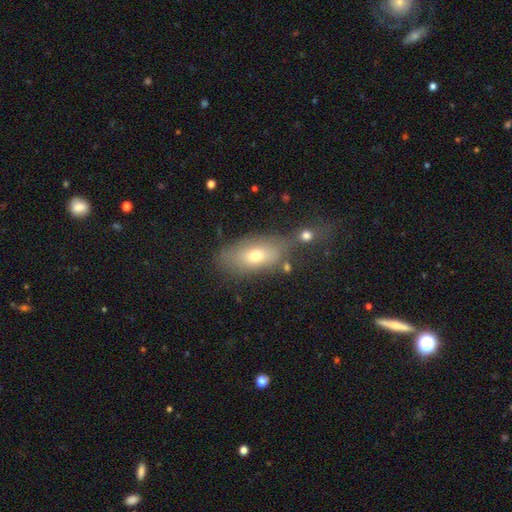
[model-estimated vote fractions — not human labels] smooth_or_featured: smooth (p=0.68) [alt: featured or disk p=0.22]
how_rounded: in between (p=0.84) [alt: cigar-shaped p=0.09]
merging: none (p=0.53) [alt: merger p=0.20]